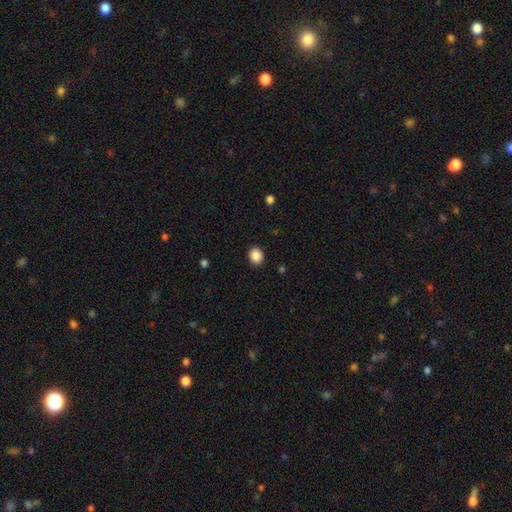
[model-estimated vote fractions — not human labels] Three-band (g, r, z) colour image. It shows a smooth galaxy with no disk features (88%) that is round (62%). Merging: none (90%).